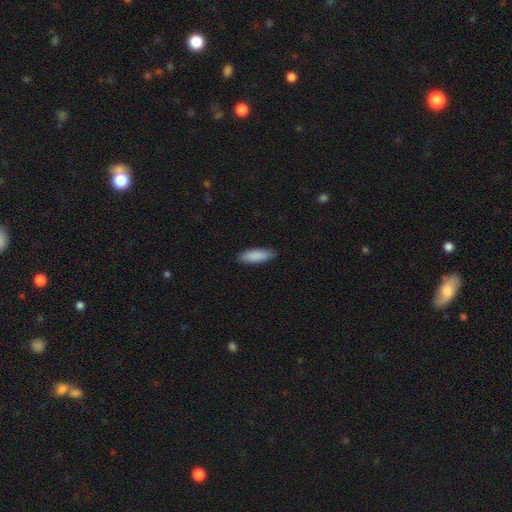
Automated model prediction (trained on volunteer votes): A smooth galaxy with no disk features (89%) that is in between round and cigar-shaped (59%). Merging: none (86%).